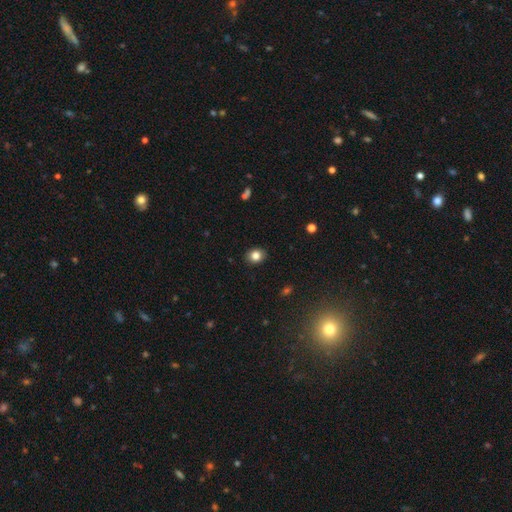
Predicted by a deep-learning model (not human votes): This is clearly a smooth galaxy (83%). How rounded: likely round (60%). Merging: clearly none (89%).